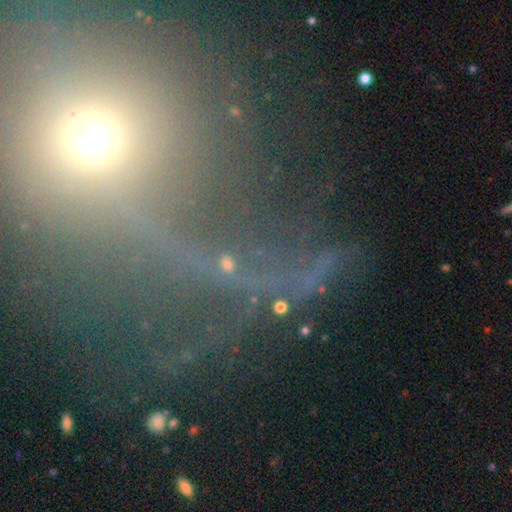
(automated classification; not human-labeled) Smooth or featured: star or artifact — 44% (featured or disk — 34%)